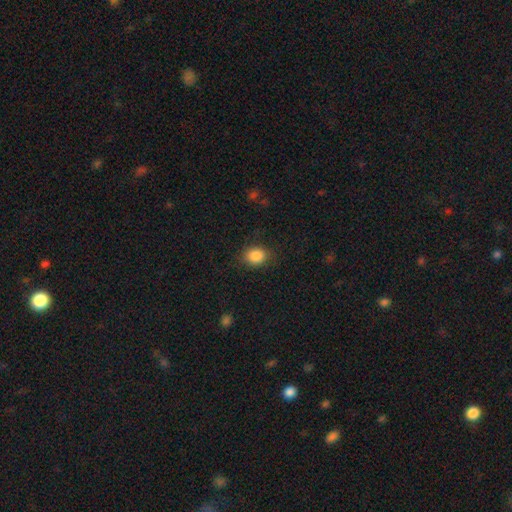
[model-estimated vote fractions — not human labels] Smooth or featured? smooth (87%)
How rounded? round (53%)
Merging? none (85%)